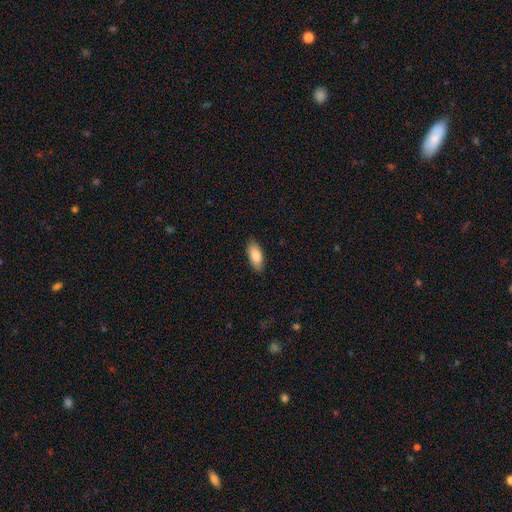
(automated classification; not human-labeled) This is clearly a smooth galaxy (86%). How rounded: clearly in between (87%). Merging: clearly none (86%).